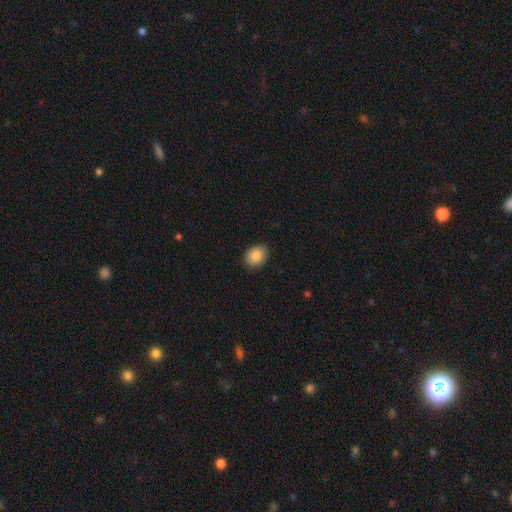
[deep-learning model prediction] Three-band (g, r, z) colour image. It shows a smooth galaxy with no disk features (88%) that is in between round and cigar-shaped (62%). Merging: none (87%).